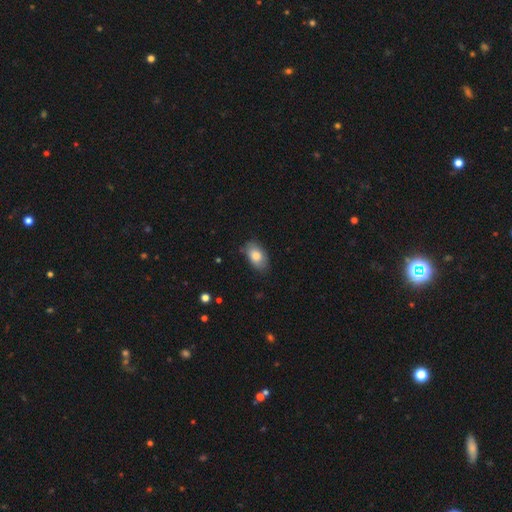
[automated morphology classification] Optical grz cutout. It shows a smooth galaxy with no disk features (80%) that is in between round and cigar-shaped (90%). Merging: none (73%).